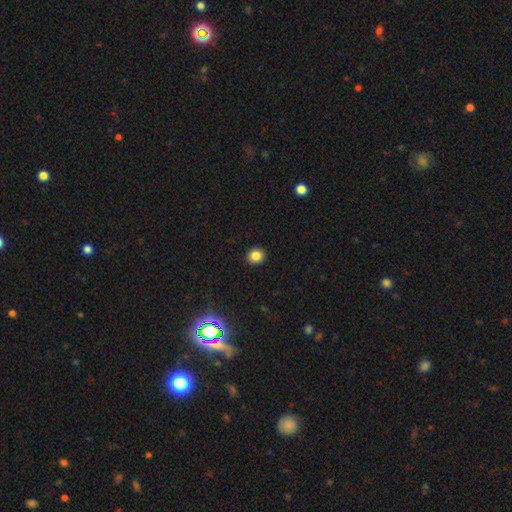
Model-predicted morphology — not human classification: Smooth or featured: smooth — 83% (star or artifact — 12%)
How rounded: round — 84% (in between — 15%)
Merging: none — 92% (minor disturbance — 5%)